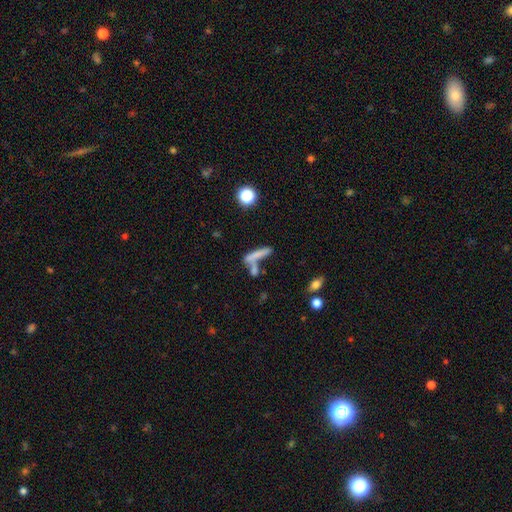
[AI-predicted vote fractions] smooth-or-featured: smooth: 63% | featured or disk: 25% | star or artifact: 12%
  how-rounded: cigar-shaped: 78% | in between: 18% | round: 5%
  merging: merger: 44% | none: 34% | minor disturbance: 11% | major disturbance: 10%